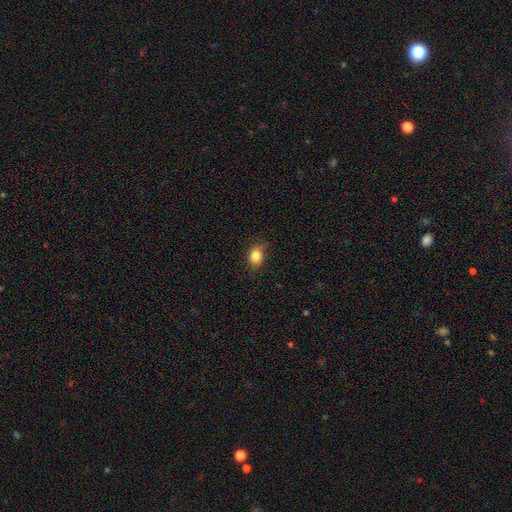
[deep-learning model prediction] Morphology: type=smooth (84%); roundness=round (50%); merging=none (82%).